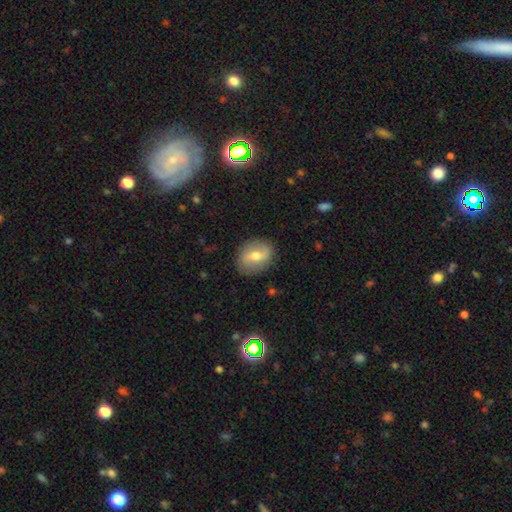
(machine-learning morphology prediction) The model was most divided on "how rounded": in between: 55%, round: 44%, cigar-shaped: 2%. More confident: merging — none (85%); smooth or featured — smooth (52%).